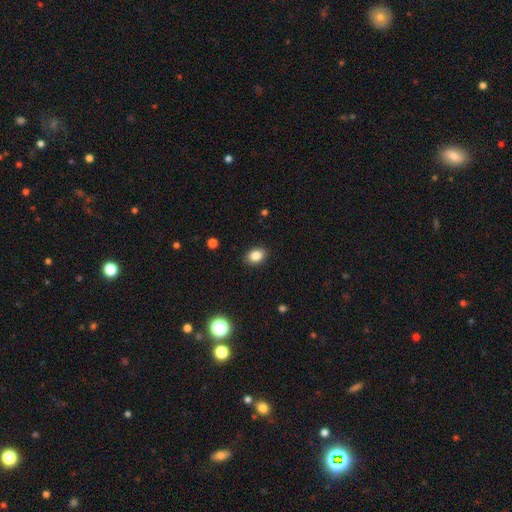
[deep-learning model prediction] Overall: smooth (84%). How rounded: in between (72%). Merging: none (90%).